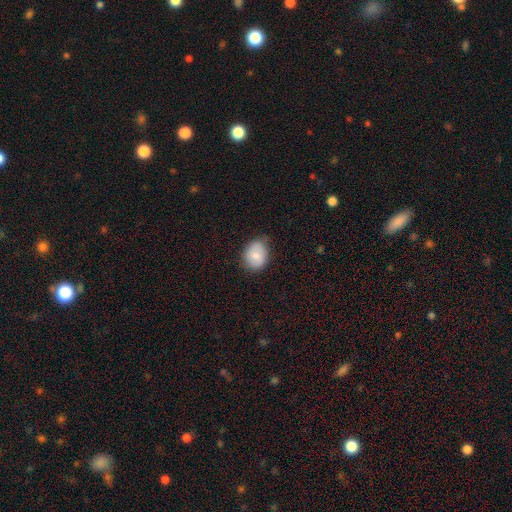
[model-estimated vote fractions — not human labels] Q: Smooth or featured?
A: smooth (77%); runner-up: featured or disk (15%)
Q: How rounded?
A: round (50%); runner-up: in between (49%)
Q: Merging?
A: none (70%); runner-up: minor disturbance (24%)